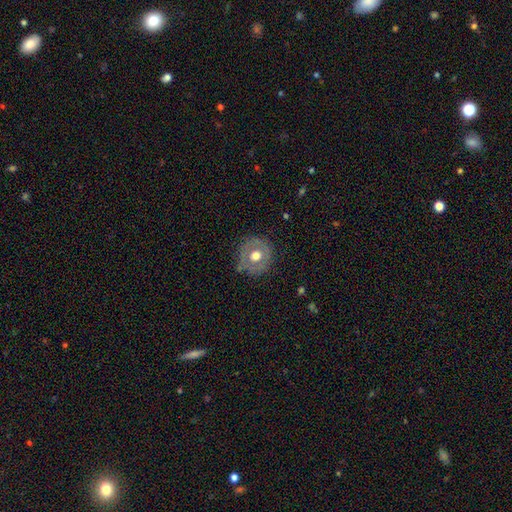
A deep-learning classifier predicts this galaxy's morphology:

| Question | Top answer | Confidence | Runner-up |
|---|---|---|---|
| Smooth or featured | smooth | 48% | featured or disk (45%) |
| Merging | none | 77% | minor disturbance (16%) |